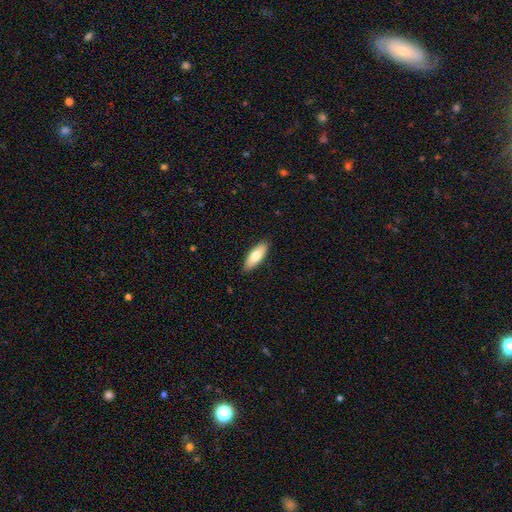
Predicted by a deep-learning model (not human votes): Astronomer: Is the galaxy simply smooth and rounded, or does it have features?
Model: smooth — 74%.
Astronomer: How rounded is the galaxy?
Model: in between — 70%.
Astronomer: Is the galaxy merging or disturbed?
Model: none — 89%.